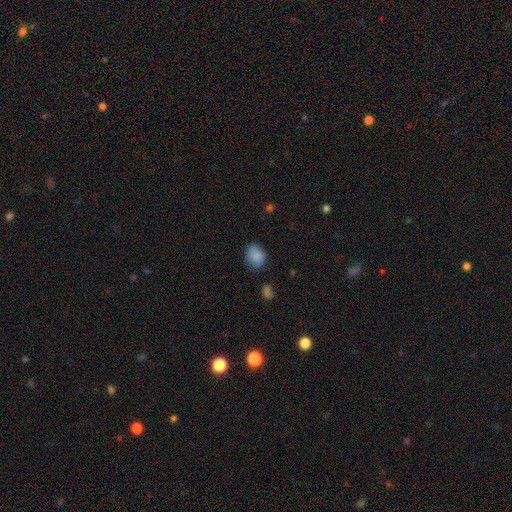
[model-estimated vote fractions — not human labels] A smooth galaxy with no disk features (86%) that is round (58%).

Vote fractions:
- Smooth or featured? smooth: 86% / star or artifact: 8% / featured or disk: 5%
- How rounded? round: 58% / in between: 41% / cigar-shaped: 1%
- Merging? none: 74% / minor disturbance: 20% / major disturbance: 4% / merger: 2%